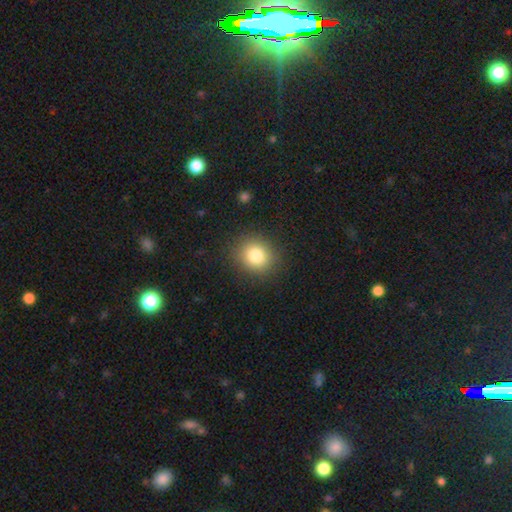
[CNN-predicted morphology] A smooth galaxy with no disk features (82%) that is round (77%). Merging: none (87%).